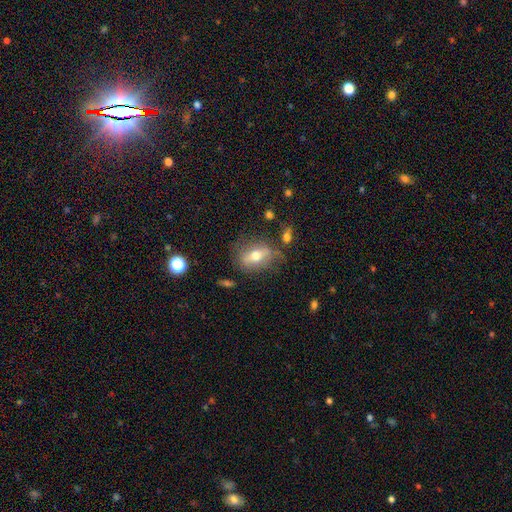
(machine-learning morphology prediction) Q: Smooth or featured?
A: smooth (46%); runner-up: featured or disk (45%)
Q: Merging?
A: none (63%); runner-up: minor disturbance (21%)